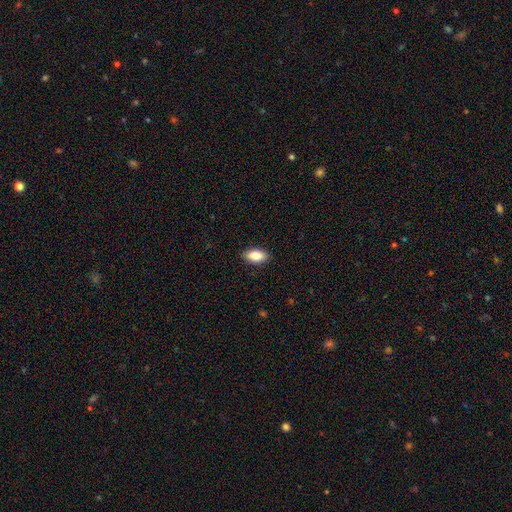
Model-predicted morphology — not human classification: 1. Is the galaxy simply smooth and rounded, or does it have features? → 86% smooth, 7% featured or disk, 7% star or artifact.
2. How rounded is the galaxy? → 92% in between, 4% cigar-shaped, 4% round.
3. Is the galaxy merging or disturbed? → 89% none, 8% minor disturbance, 2% major disturbance, 1% merger.